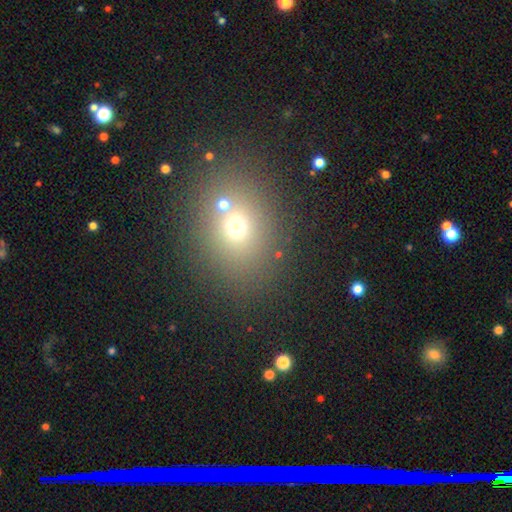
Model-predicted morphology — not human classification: Q: Smooth or featured?
A: smooth (55%); runner-up: star or artifact (32%)
Q: How rounded?
A: round (52%); runner-up: in between (46%)
Q: Merging?
A: none (78%); runner-up: merger (10%)